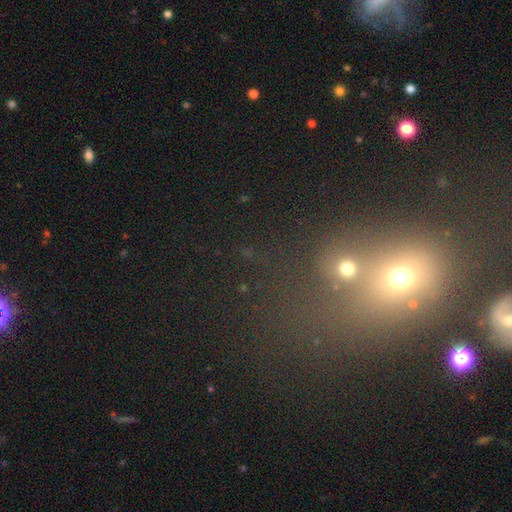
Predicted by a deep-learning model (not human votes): Morphology: type=star or artifact (49%).